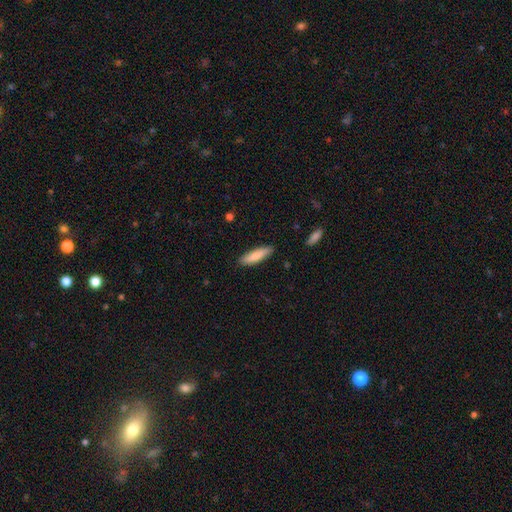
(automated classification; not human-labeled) smooth 80%, featured or disk 14%, star or artifact 6%. Down the decision tree: how rounded — cigar-shaped (72%); merging — none (88%).